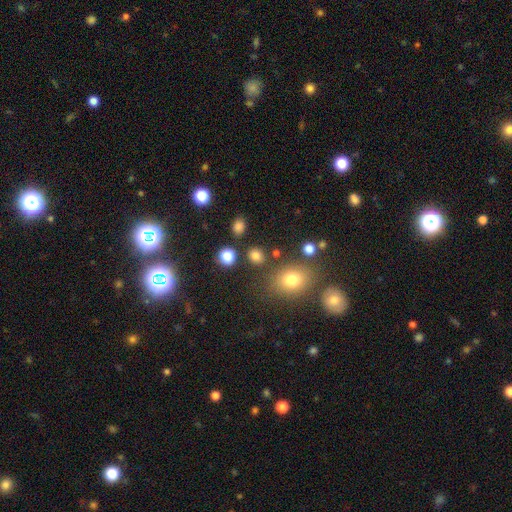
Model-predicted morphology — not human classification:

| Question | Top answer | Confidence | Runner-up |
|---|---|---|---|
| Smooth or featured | smooth | 79% | star or artifact (15%) |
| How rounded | round | 72% | in between (27%) |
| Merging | none | 80% | minor disturbance (9%) |